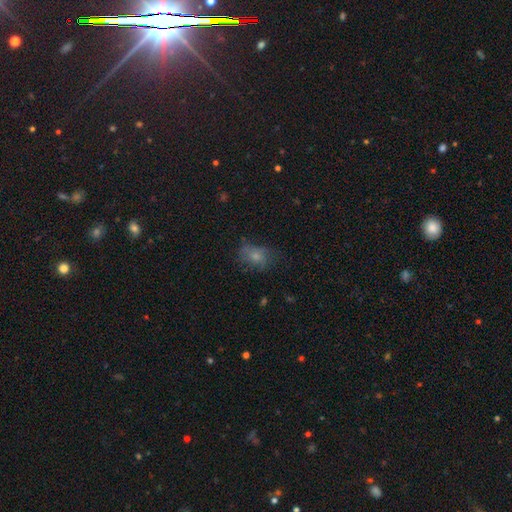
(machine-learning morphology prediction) type=smooth (67%); roundness=in between (73%); merging=none (52%).